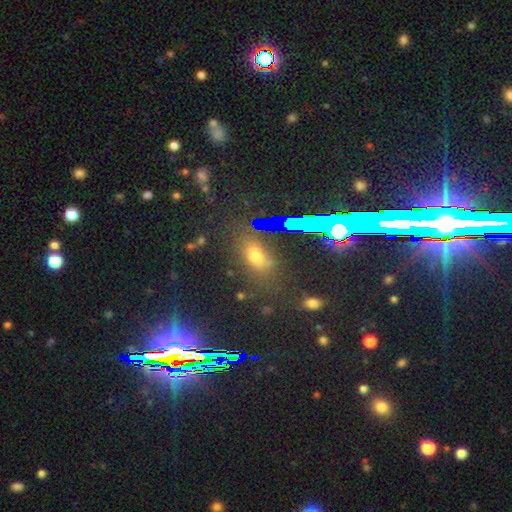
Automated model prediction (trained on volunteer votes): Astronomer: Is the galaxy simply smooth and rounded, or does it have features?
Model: smooth — 52% (runner-up: star or artifact, 37%).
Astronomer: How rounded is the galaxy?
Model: in between — 75%.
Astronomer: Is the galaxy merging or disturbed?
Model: none — 79%.